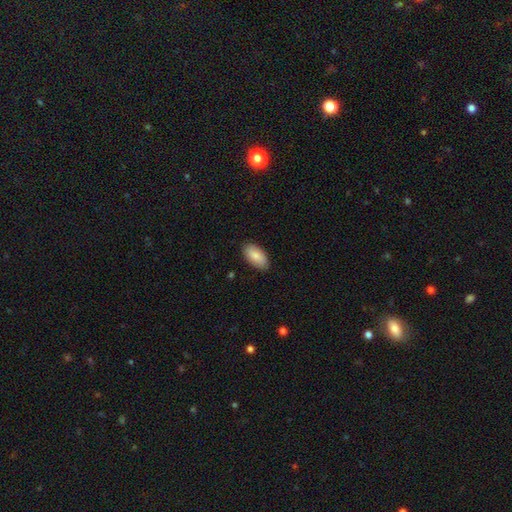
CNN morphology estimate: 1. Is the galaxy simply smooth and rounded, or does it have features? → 86% smooth, 9% featured or disk, 6% star or artifact.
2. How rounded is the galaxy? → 94% in between, 4% cigar-shaped, 2% round.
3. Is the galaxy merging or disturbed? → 87% none, 10% minor disturbance, 2% major disturbance, 1% merger.